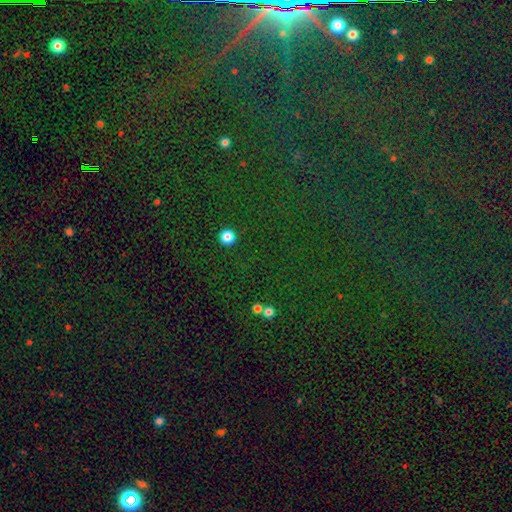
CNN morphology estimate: type=star or artifact (80%).